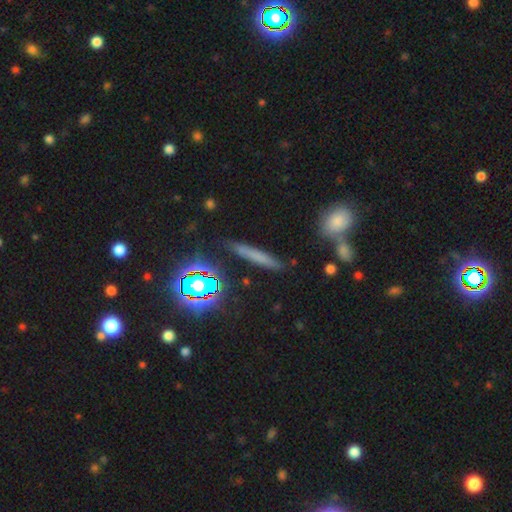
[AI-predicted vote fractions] Smooth or featured: smooth — 61% (featured or disk — 21%)
How rounded: cigar-shaped — 88% (in between — 7%)
Merging: none — 81% (minor disturbance — 11%)